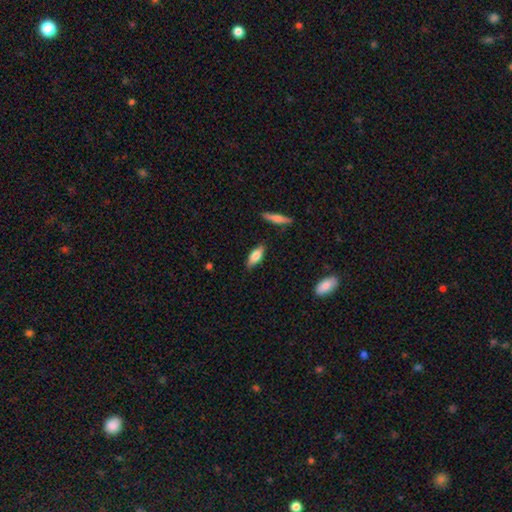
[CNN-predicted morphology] Smooth or featured: smooth — 70% (featured or disk — 24%)
How rounded: in between — 71% (cigar-shaped — 27%)
Merging: none — 83% (minor disturbance — 12%)